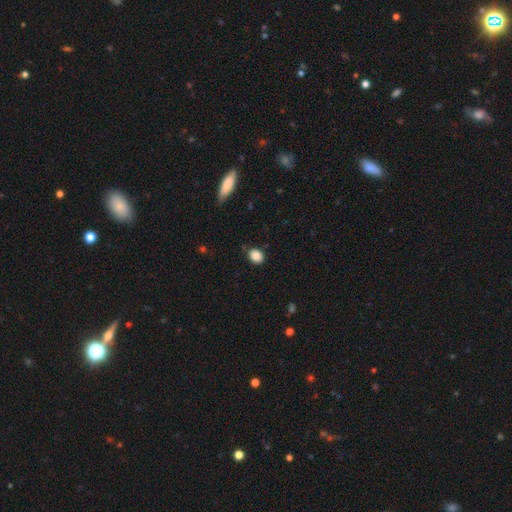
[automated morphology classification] This is clearly a smooth galaxy (86%). How rounded: possibly in between (50%). Merging: clearly none (82%).